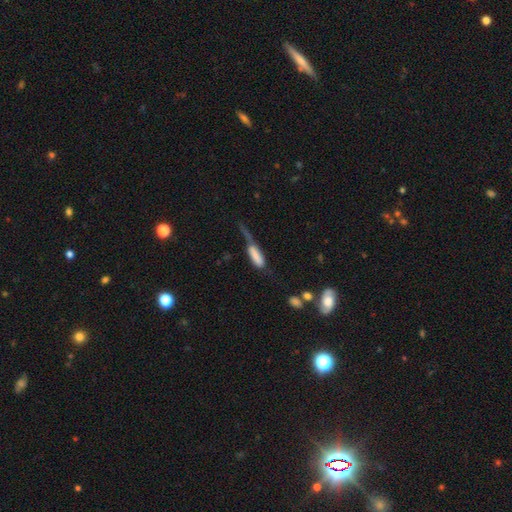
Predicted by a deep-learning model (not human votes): Smooth or featured: smooth — 74% (featured or disk — 18%)
How rounded: cigar-shaped — 51% (in between — 47%)
Merging: major disturbance — 43% (minor disturbance — 24%)